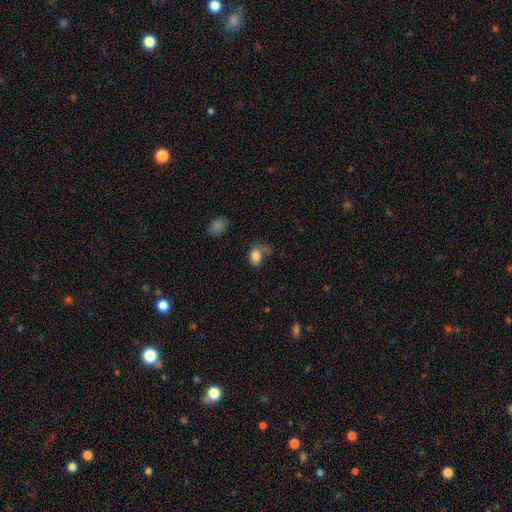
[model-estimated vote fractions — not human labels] Smooth or featured?
  - smooth: 83% *
  - star or artifact: 10%
  - featured or disk: 7%
How rounded?
  - in between: 71% *
  - round: 28%
  - cigar-shaped: 1%
Merging?
  - none: 43% *
  - minor disturbance: 29%
  - major disturbance: 20%
  - merger: 8%